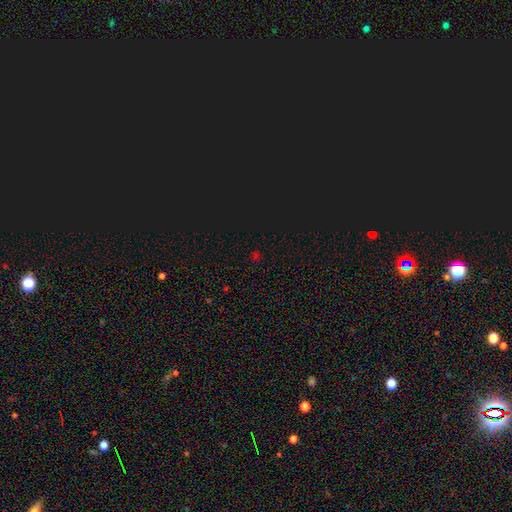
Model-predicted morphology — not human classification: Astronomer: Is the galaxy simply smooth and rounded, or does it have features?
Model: star or artifact — 68%.